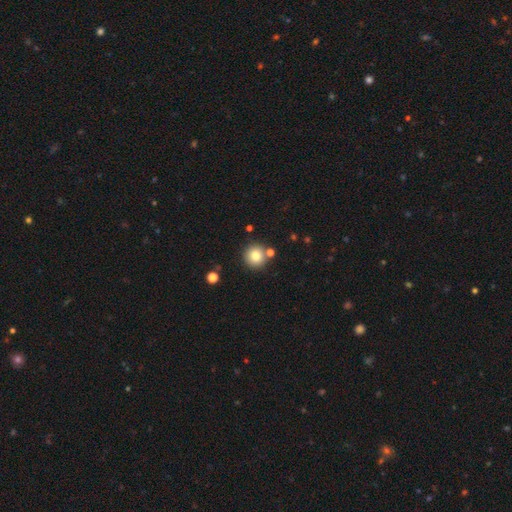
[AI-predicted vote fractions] Smooth or featured? Predicted: smooth (p=0.80). How rounded? Predicted: round (p=0.95). Merging? Predicted: none (p=0.80).